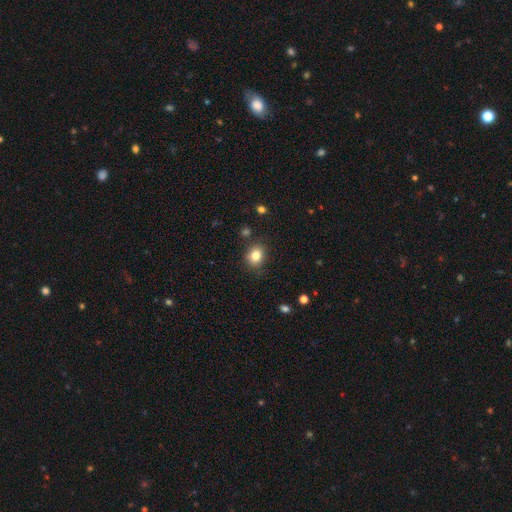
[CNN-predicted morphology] smooth-or-featured: smooth: 83% | star or artifact: 11% | featured or disk: 7%
  how-rounded: round: 50% | in between: 49% | cigar-shaped: 1%
  merging: none: 82% | minor disturbance: 12% | major disturbance: 3% | merger: 3%